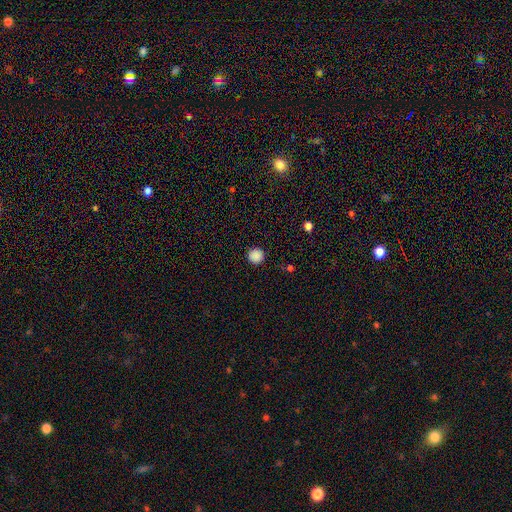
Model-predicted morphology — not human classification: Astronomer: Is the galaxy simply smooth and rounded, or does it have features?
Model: smooth — 88%.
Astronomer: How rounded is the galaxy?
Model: round — 94%.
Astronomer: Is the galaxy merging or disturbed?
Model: none — 92%.